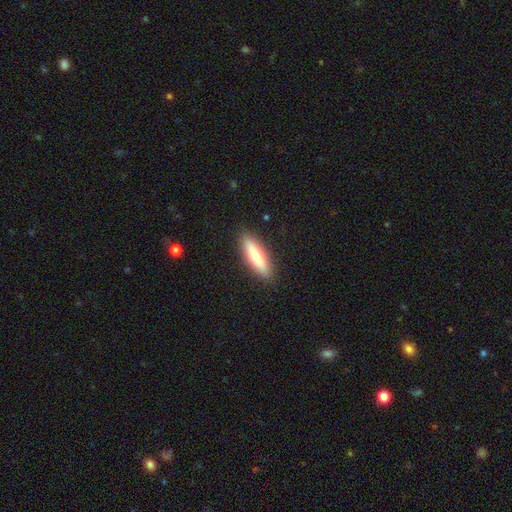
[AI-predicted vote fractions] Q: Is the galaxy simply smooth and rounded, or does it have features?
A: smooth — 68%.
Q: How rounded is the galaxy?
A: cigar-shaped — 63%.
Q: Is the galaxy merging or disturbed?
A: none — 90%.